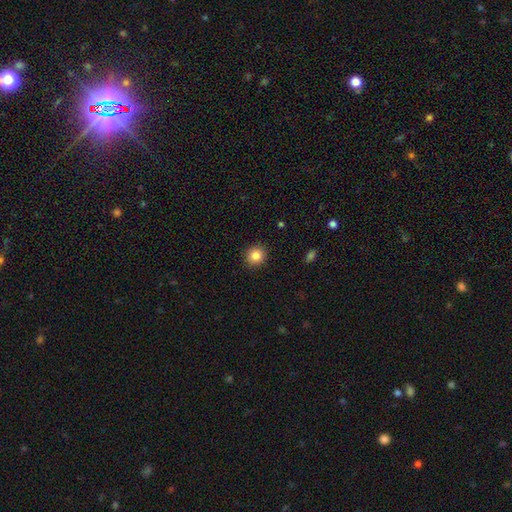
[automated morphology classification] smooth-or-featured: smooth: 84% | star or artifact: 10% | featured or disk: 6%
  how-rounded: round: 87% | in between: 12% | cigar-shaped: 1%
  merging: none: 91% | minor disturbance: 6% | major disturbance: 2% | merger: 1%